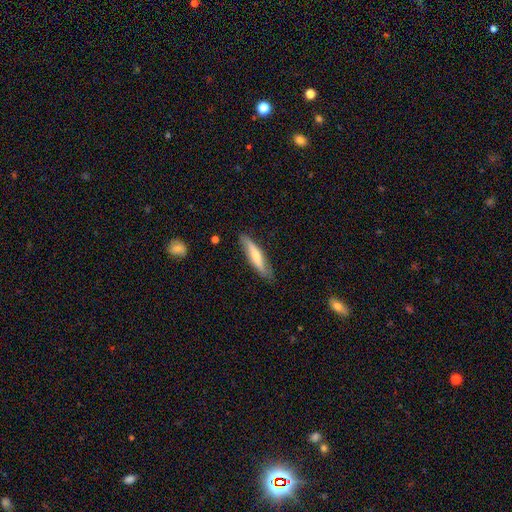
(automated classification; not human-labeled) This is possibly a smooth galaxy (58%). How rounded: clearly cigar-shaped (81%). Merging: clearly none (81%).